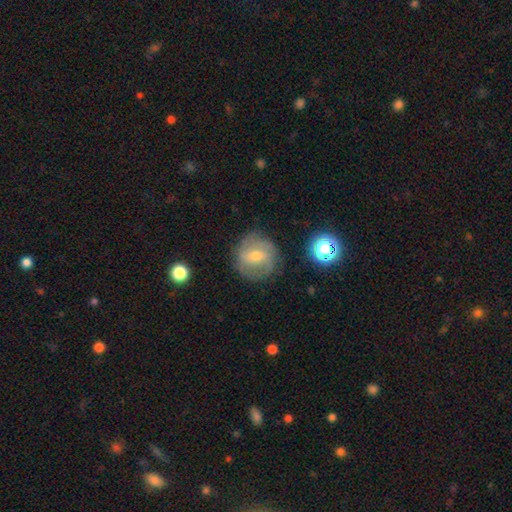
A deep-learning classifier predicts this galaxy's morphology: Smooth or featured?
  - featured or disk: 55% *
  - smooth: 35%
  - star or artifact: 10%
Edge-on disk?
  - no: 95% *
  - yes: 5%
Bar?
  - weak: 51% *
  - no: 27%
  - strong: 22%
Spiral arms?
  - yes: 74% *
  - no: 26%
Bulge size?
  - moderate: 52% *
  - small: 42%
  - large: 3%
  - none: 2%
  - dominant: 1%
Merging?
  - none: 78% *
  - minor disturbance: 14%
  - major disturbance: 6%
  - merger: 2%